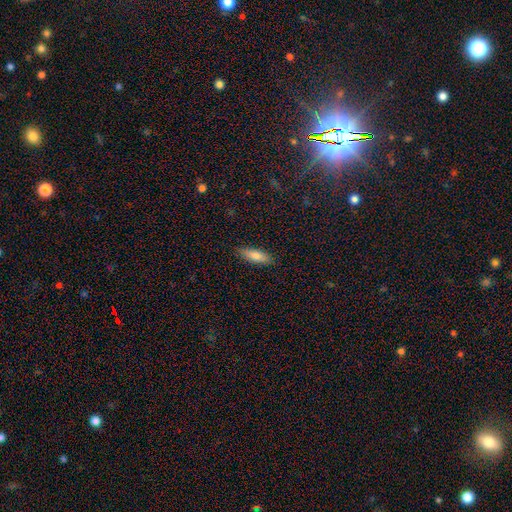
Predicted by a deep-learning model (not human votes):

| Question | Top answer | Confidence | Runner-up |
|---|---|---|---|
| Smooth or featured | smooth | 76% | featured or disk (18%) |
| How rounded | cigar-shaped | 50% | in between (48%) |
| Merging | none | 88% | minor disturbance (9%) |